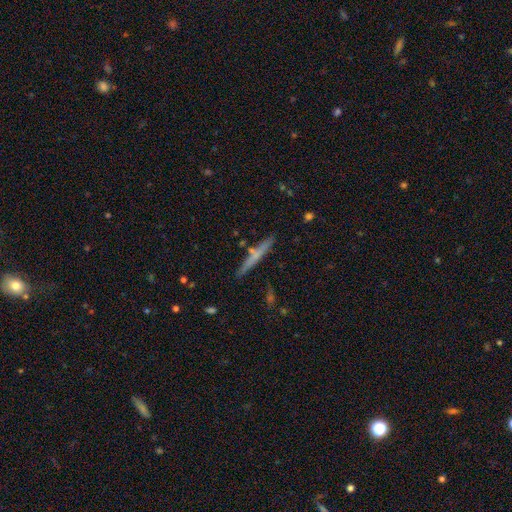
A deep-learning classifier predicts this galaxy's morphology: The model was most divided on "smooth or featured": smooth: 50%, featured or disk: 43%, star or artifact: 7%. More confident: merging — none (85%).